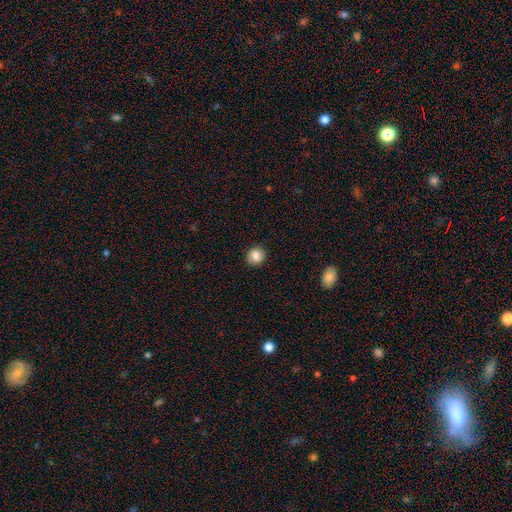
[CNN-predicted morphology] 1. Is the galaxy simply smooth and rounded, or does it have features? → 84% smooth, 9% star or artifact, 6% featured or disk.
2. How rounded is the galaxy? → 85% round, 14% in between, 1% cigar-shaped.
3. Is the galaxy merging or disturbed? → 89% none, 8% minor disturbance, 2% major disturbance, 1% merger.